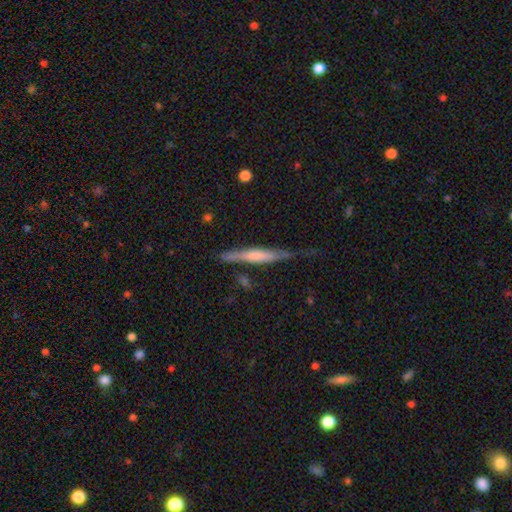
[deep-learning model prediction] smooth_or_featured: featured or disk (p=0.49) [alt: smooth p=0.46]
merging: none (p=0.61) [alt: minor disturbance p=0.27]